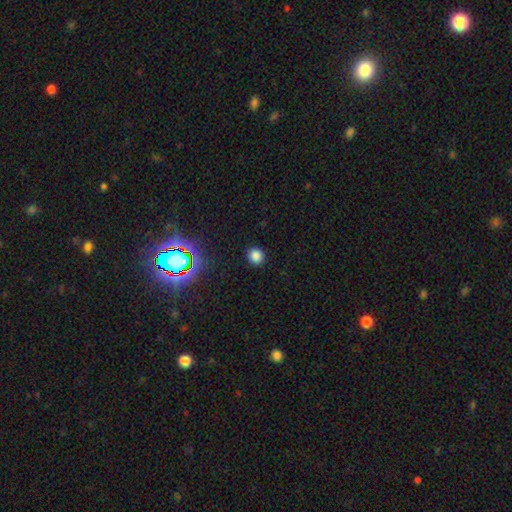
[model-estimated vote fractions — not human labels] smooth 81%, star or artifact 15%, featured or disk 4%. Down the decision tree: how rounded — round (86%); merging — none (91%).